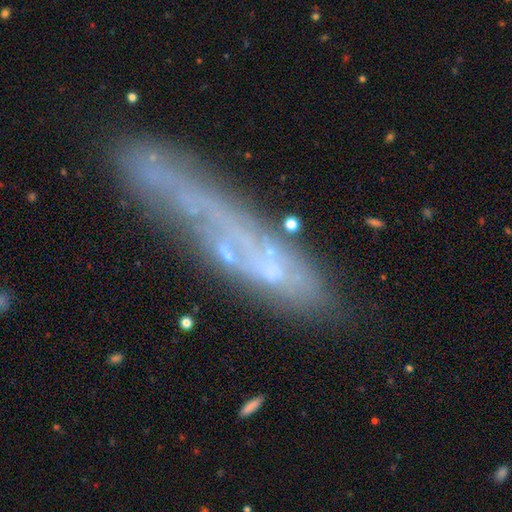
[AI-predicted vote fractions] Smooth or featured? featured or disk (54%)
Edge-on disk? yes (52%)
Merging? none (60%)